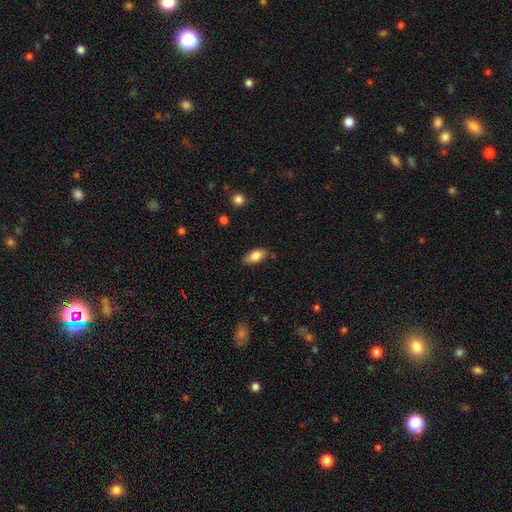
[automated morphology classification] Smooth or featured: smooth — 80% (featured or disk — 13%)
How rounded: in between — 89% (cigar-shaped — 7%)
Merging: none — 79% (minor disturbance — 16%)